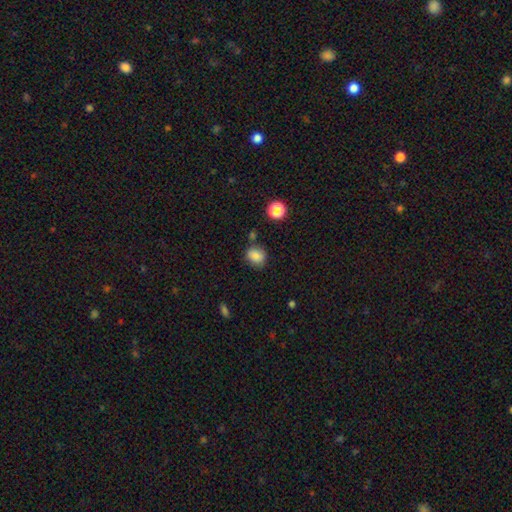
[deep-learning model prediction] Smooth or featured?
  - smooth: 83% *
  - star or artifact: 11%
  - featured or disk: 6%
How rounded?
  - round: 55% *
  - in between: 44%
  - cigar-shaped: 1%
Merging?
  - none: 72% *
  - minor disturbance: 17%
  - merger: 6%
  - major disturbance: 4%